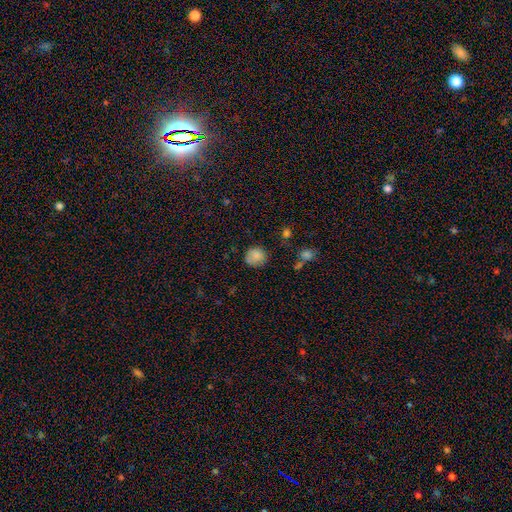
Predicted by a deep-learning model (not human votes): The model was most divided on "merging": none: 71%, minor disturbance: 20%, major disturbance: 5%, merger: 3%. More confident: how rounded — round (84%); smooth or featured — smooth (84%).